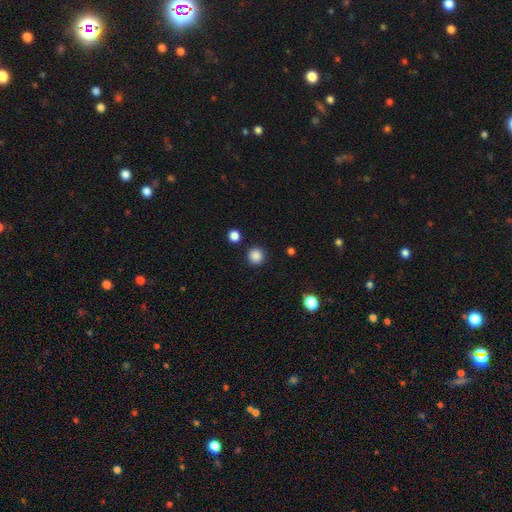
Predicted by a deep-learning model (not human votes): Q: Smooth or featured?
A: smooth (86%); runner-up: star or artifact (11%)
Q: How rounded?
A: round (94%); runner-up: in between (5%)
Q: Merging?
A: none (90%); runner-up: minor disturbance (6%)